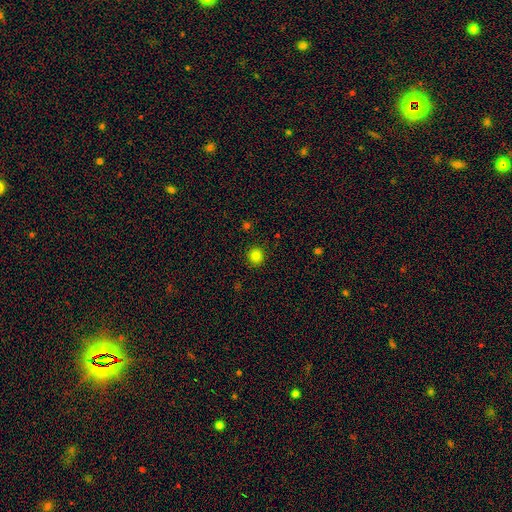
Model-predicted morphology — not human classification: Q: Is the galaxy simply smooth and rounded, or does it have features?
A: smooth — 83%.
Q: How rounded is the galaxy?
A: round — 92%.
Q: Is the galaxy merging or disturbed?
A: none — 91%.